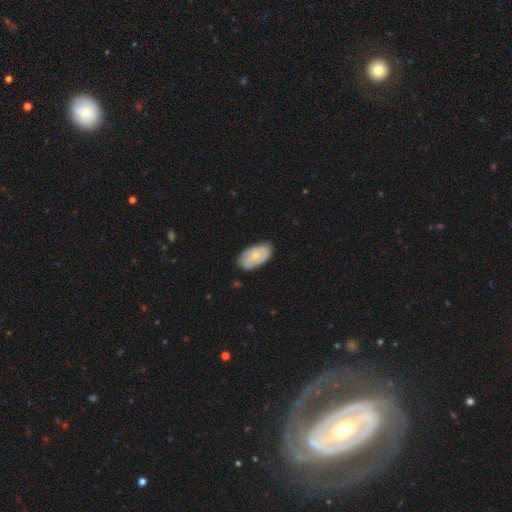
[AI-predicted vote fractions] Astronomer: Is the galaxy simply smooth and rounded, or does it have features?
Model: smooth — 56% (runner-up: featured or disk, 39%).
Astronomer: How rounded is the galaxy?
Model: in between — 93%.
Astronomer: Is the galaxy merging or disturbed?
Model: none — 75%.